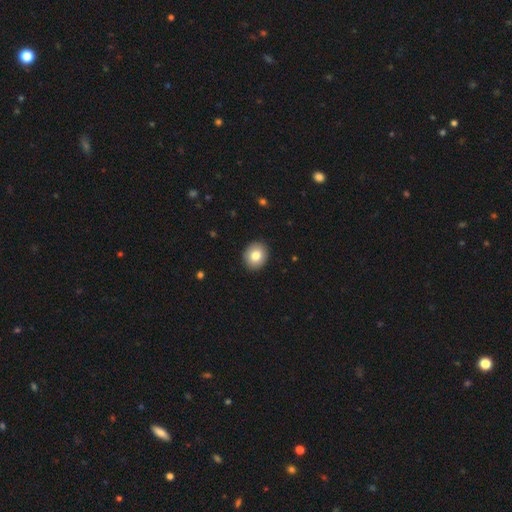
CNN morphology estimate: smooth-or-featured: smooth: 81% | featured or disk: 10% | star or artifact: 9%
  how-rounded: round: 74% | in between: 25% | cigar-shaped: 1%
  merging: none: 92% | minor disturbance: 6% | major disturbance: 2% | merger: 1%